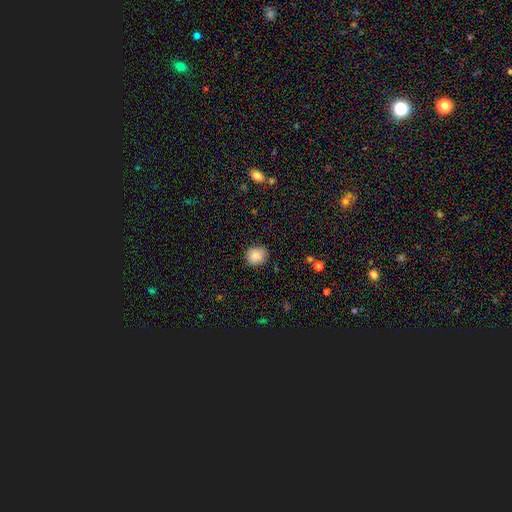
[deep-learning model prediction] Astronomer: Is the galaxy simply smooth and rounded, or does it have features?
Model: smooth — 87%.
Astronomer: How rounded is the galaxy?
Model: round — 85%.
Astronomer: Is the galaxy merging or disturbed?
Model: none — 86%.